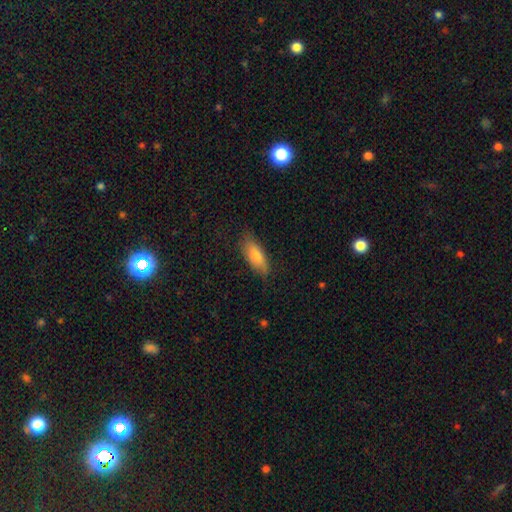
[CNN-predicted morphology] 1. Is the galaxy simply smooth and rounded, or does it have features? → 78% smooth, 16% featured or disk, 6% star or artifact.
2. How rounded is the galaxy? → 71% in between, 27% cigar-shaped, 2% round.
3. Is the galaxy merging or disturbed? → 79% none, 16% minor disturbance, 3% major disturbance, 1% merger.